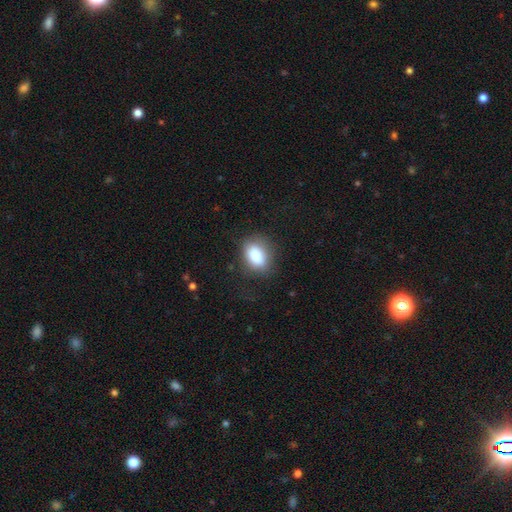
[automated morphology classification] A smooth galaxy with no disk features (85%) that is in between round and cigar-shaped (81%). Merging: none (72%).